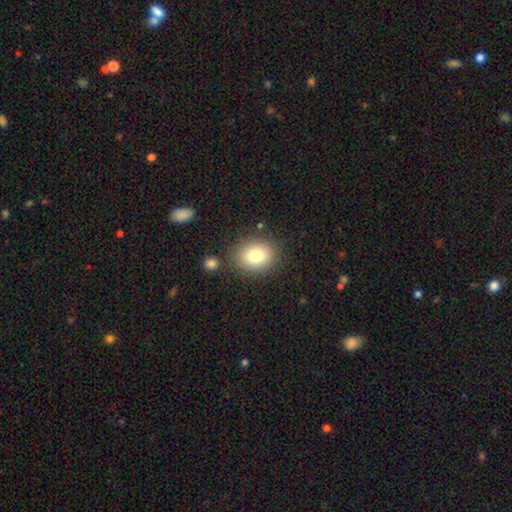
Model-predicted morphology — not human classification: smooth_or_featured: smooth (p=0.79) [alt: star or artifact p=0.11]
how_rounded: round (p=0.61) [alt: in between p=0.38]
merging: none (p=0.82) [alt: minor disturbance p=0.10]